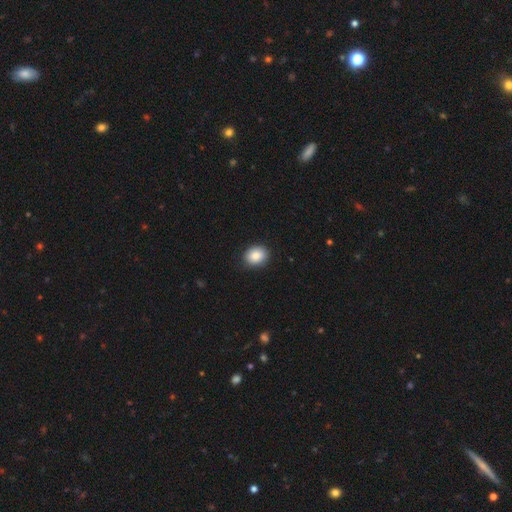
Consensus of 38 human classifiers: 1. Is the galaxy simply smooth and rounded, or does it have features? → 95% smooth, 3% featured or disk, 3% star or artifact.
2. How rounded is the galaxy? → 50% round (tied), 50% in between (tied), 0% cigar-shaped.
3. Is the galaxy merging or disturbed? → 84% none, 16% minor disturbance, 0% major disturbance, 0% merger.